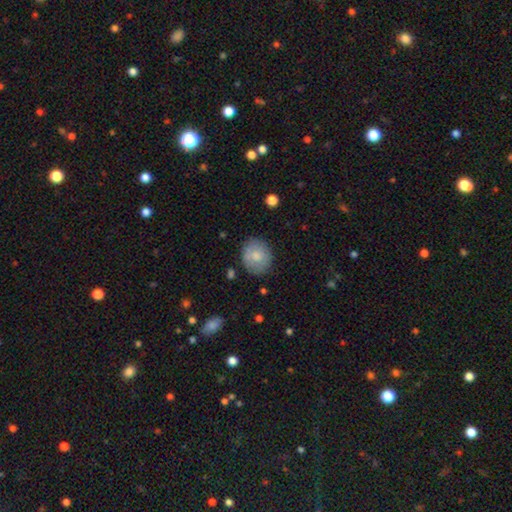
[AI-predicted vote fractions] smooth_or_featured: smooth (p=0.73) [alt: featured or disk p=0.20]
how_rounded: round (p=0.68) [alt: in between p=0.31]
merging: none (p=0.79) [alt: minor disturbance p=0.15]